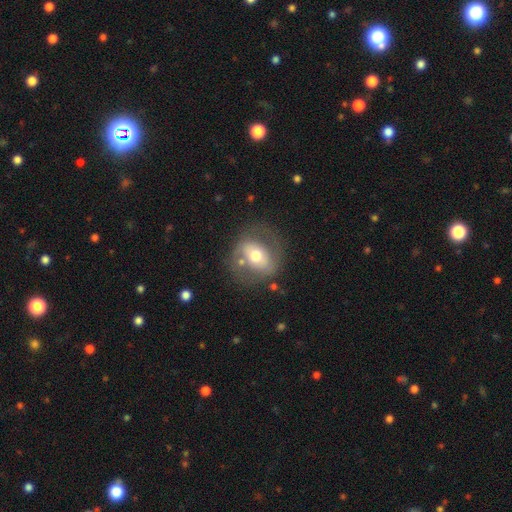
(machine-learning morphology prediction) Smooth or featured: featured or disk — 53% (smooth — 40%)
Edge-on disk: no — 95% (yes — 5%)
Bar: no — 51% (weak — 29%)
Spiral arms: no — 58% (yes — 42%)
Bulge size: moderate — 70% (large — 16%)
Merging: none — 62% (minor disturbance — 19%)